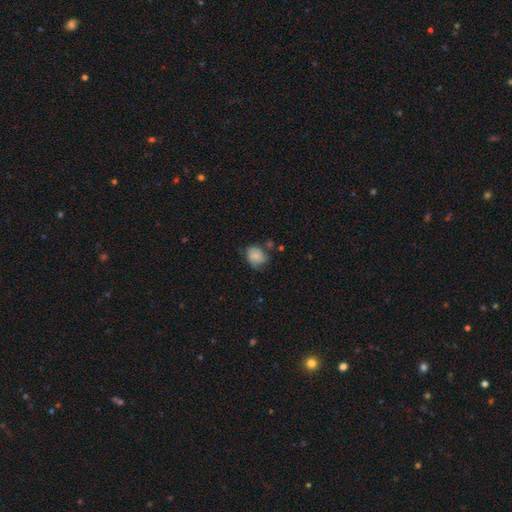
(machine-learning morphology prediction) Smooth or featured: smooth — 73% (featured or disk — 18%)
How rounded: round — 51% (in between — 48%)
Merging: none — 56% (minor disturbance — 29%)